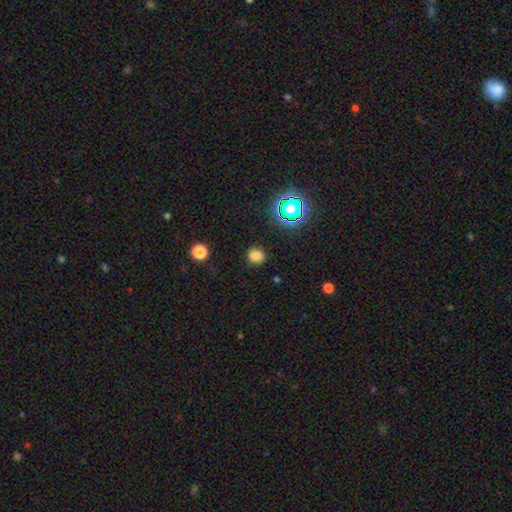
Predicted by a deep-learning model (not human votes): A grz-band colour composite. It shows a smooth galaxy with no disk features (77%) that is round (84%). Merging: none (86%).